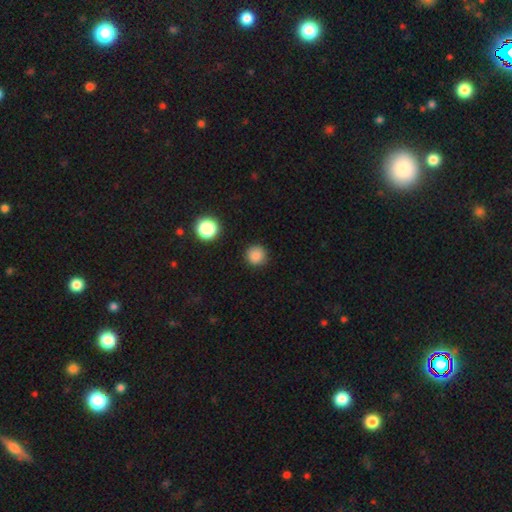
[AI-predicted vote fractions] The model was most divided on "smooth or featured": smooth: 85%, star or artifact: 11%, featured or disk: 4%. More confident: how rounded — round (95%); merging — none (90%).